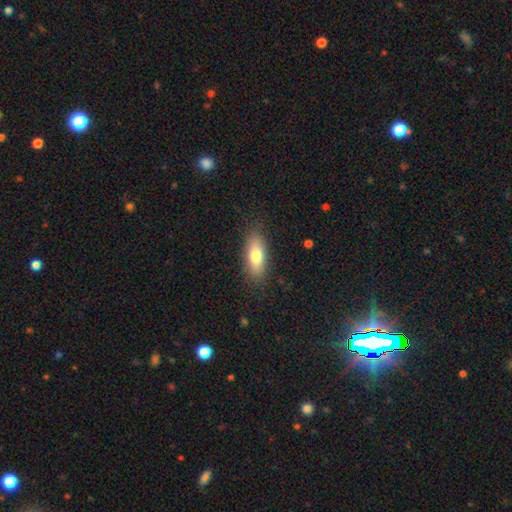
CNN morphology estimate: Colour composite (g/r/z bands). It shows a smooth galaxy with no disk features (75%) that is in between round and cigar-shaped (71%). Merging: none (85%).